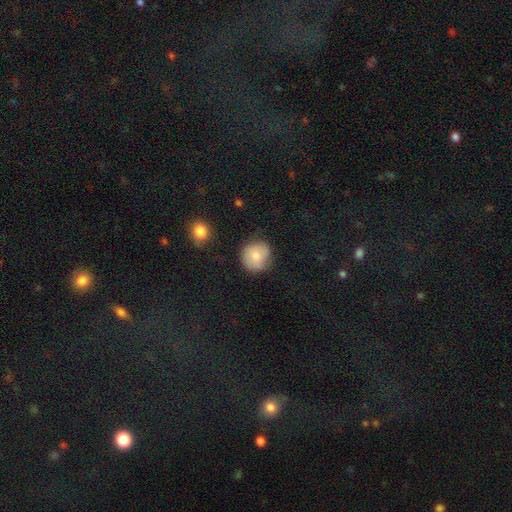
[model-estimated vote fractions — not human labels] Smooth or featured? Predicted: smooth (p=0.79). How rounded? Predicted: round (p=0.88). Merging? Predicted: none (p=0.74).